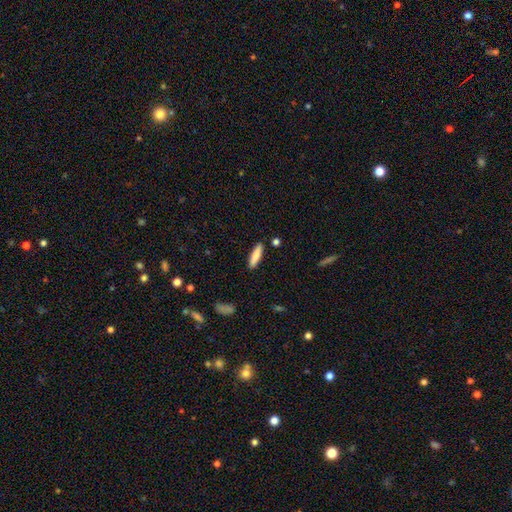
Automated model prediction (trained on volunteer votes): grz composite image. It shows a smooth galaxy with no disk features (78%) that is cigar-shaped (70%). Merging: none (88%).